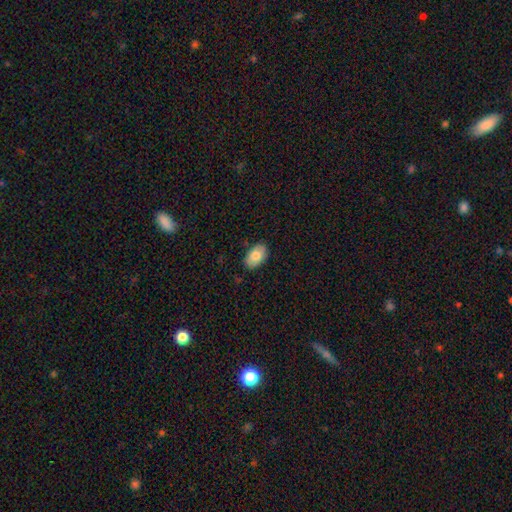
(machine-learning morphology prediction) Smooth or featured: smooth — 80% (featured or disk — 13%)
How rounded: in between — 92% (round — 6%)
Merging: none — 85% (minor disturbance — 12%)